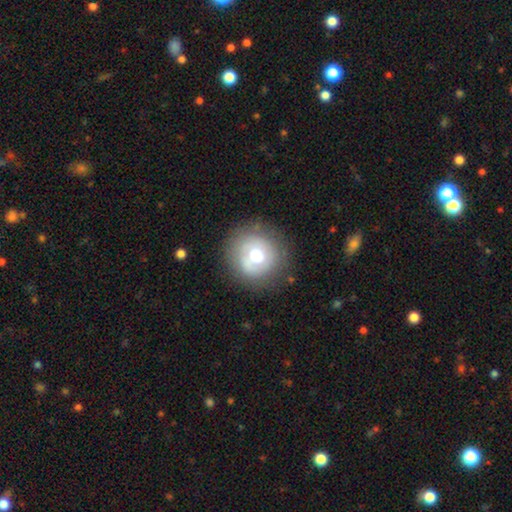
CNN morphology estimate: smooth_or_featured: smooth (p=0.55) [alt: featured or disk p=0.36]
how_rounded: round (p=0.92) [alt: in between p=0.07]
merging: none (p=0.75) [alt: minor disturbance p=0.15]